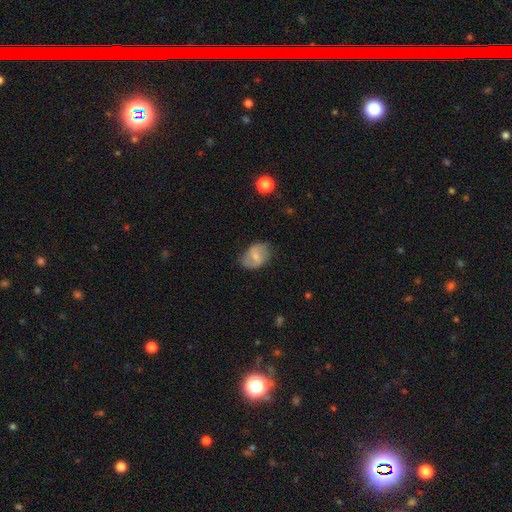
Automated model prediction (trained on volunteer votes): A smooth galaxy with no disk features (48%).

Vote fractions:
- Smooth or featured? smooth: 48% / featured or disk: 44% / star or artifact: 7%
- Merging? none: 73% / minor disturbance: 20% / major disturbance: 5% / merger: 1%